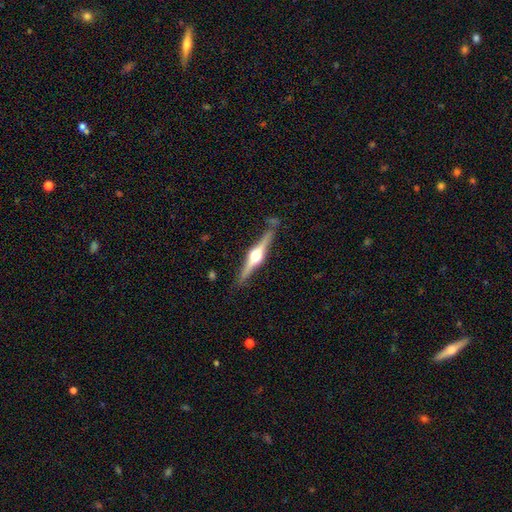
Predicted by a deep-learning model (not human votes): Smooth or featured? Predicted: featured or disk (p=0.83). Edge-on disk? Predicted: yes (p=0.98). Edge-on bulge? Predicted: rounded (p=0.96). Merging? Predicted: none (p=0.84).